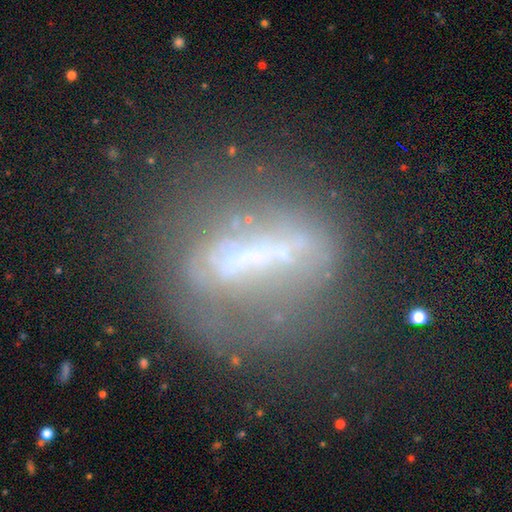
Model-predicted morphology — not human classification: smooth-or-featured: featured or disk: 58% | smooth: 23% | star or artifact: 19%
  disk-edge-on: no: 62% | yes: 38%
  merging: none: 52% | major disturbance: 24% | minor disturbance: 19% | merger: 6%